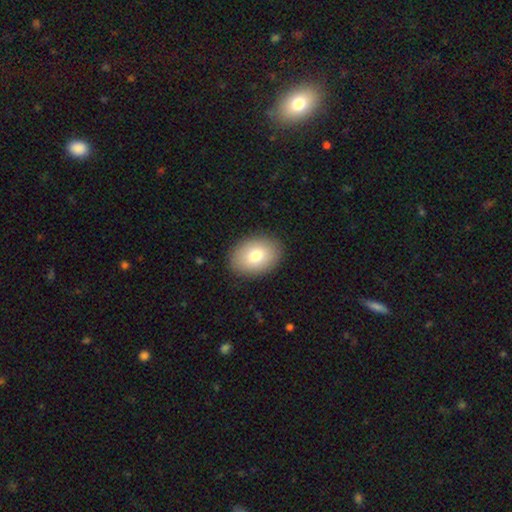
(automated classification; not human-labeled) Smooth or featured? Predicted: smooth (p=0.78). How rounded? Predicted: in between (p=0.80). Merging? Predicted: none (p=0.89).